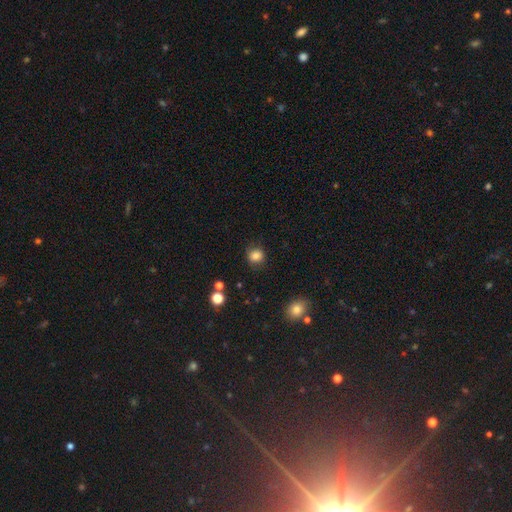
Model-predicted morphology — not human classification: Smooth or featured?
  - smooth: 83% *
  - star or artifact: 11%
  - featured or disk: 6%
How rounded?
  - round: 84% *
  - in between: 15%
  - cigar-shaped: 1%
Merging?
  - none: 82% *
  - minor disturbance: 12%
  - major disturbance: 4%
  - merger: 2%